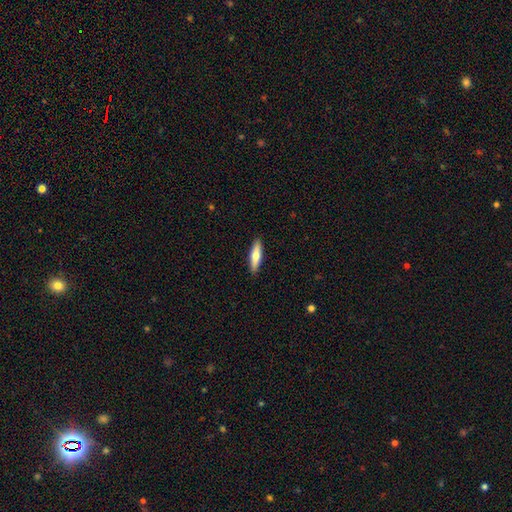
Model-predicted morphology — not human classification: A smooth galaxy with no disk features (62%) that is cigar-shaped (71%).

Vote fractions:
- Smooth or featured? smooth: 62% / featured or disk: 32% / star or artifact: 5%
- How rounded? cigar-shaped: 71% / in between: 27% / round: 2%
- Merging? none: 91% / minor disturbance: 7% / major disturbance: 1% / merger: 1%